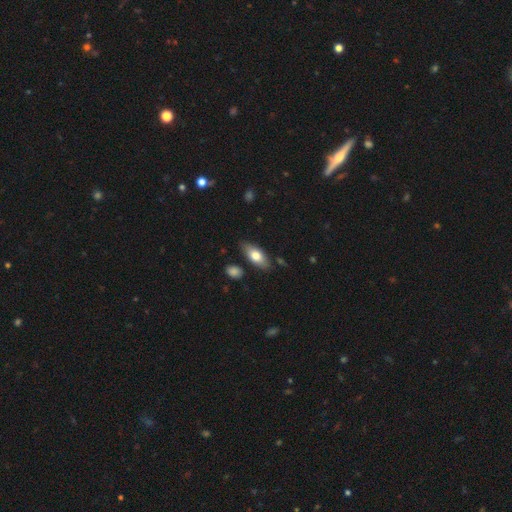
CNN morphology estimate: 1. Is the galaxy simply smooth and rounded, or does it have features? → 71% smooth, 23% featured or disk, 6% star or artifact.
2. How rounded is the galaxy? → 81% in between, 16% cigar-shaped, 3% round.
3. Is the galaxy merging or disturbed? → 79% none, 15% minor disturbance, 3% merger, 3% major disturbance.